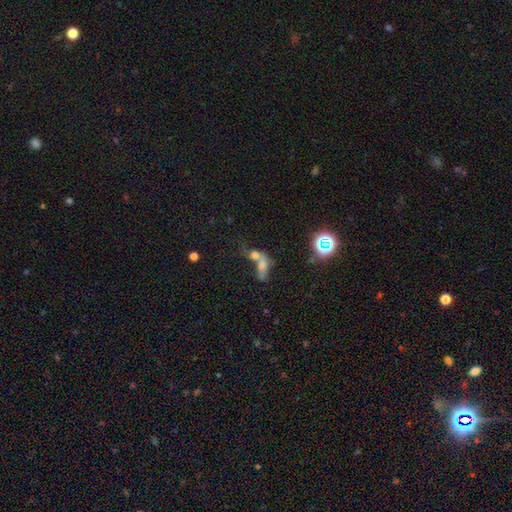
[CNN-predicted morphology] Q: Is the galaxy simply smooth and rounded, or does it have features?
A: star or artifact — 43%.